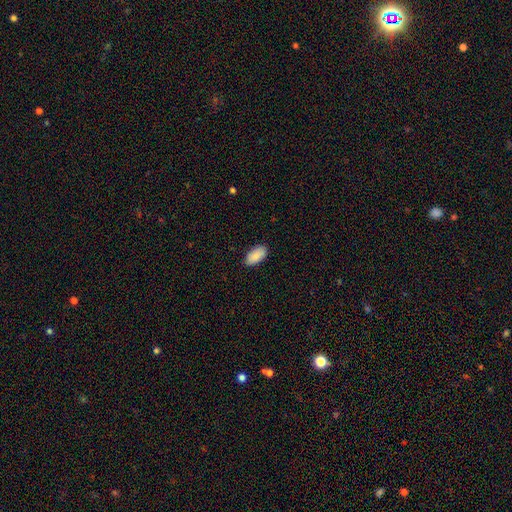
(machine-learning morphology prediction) Smooth or featured: smooth — 90% (star or artifact — 6%)
How rounded: in between — 94% (cigar-shaped — 4%)
Merging: none — 88% (minor disturbance — 9%)